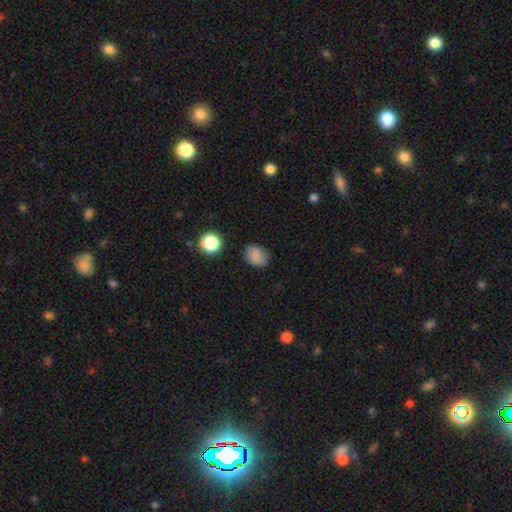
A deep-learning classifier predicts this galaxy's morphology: smooth 83%, star or artifact 11%, featured or disk 6%. Down the decision tree: how rounded — in between (54%); merging — none (80%).